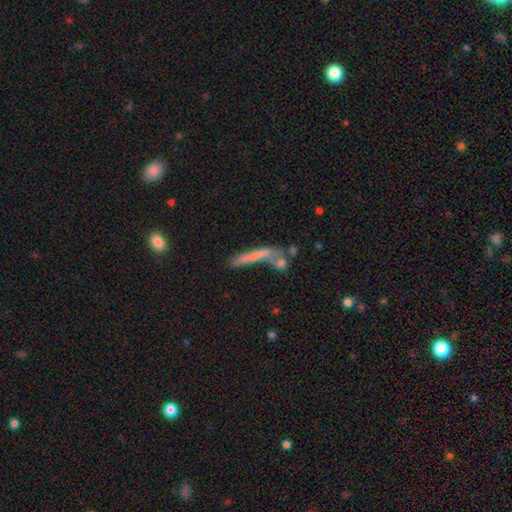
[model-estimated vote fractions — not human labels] Overall: smooth (57%; featured or disk 32%). How rounded: cigar-shaped (89%). Merging: none (42%; merger 27%).